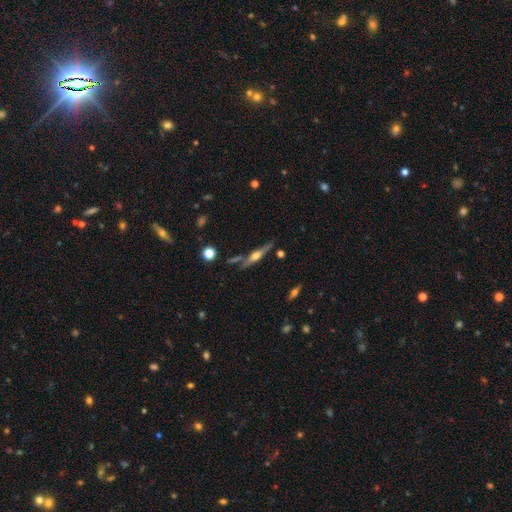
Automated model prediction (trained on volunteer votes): A featured or disk galaxy (76%) viewed edge-on (97%) with a rounded central bulge (90%). Merging: none (76%).